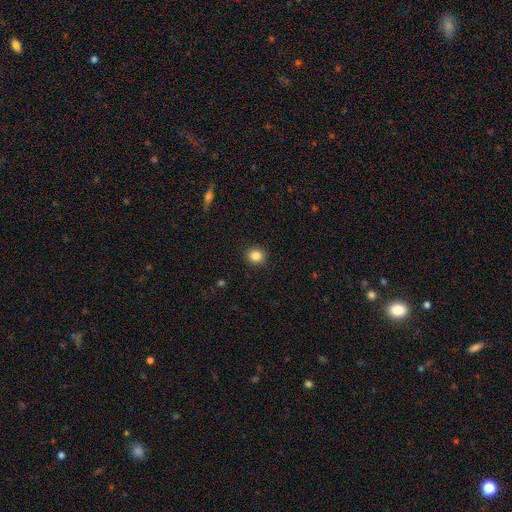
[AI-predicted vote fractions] A smooth galaxy with no disk features (85%) that is round (85%).

Vote fractions:
- Smooth or featured? smooth: 85% / star or artifact: 10% / featured or disk: 5%
- How rounded? round: 85% / in between: 14% / cigar-shaped: 1%
- Merging? none: 91% / minor disturbance: 6% / major disturbance: 2% / merger: 1%